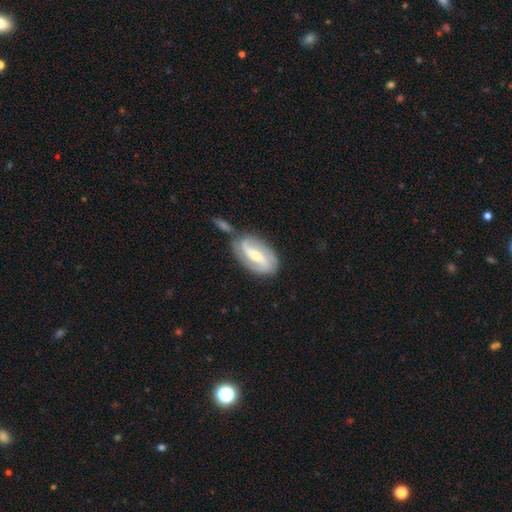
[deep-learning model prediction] smooth-or-featured: featured or disk: 78% | smooth: 16% | star or artifact: 5%
  disk-edge-on: no: 94% | yes: 6%
    bar: strong: 45% | weak: 36% | no: 19%
    has-spiral-arms: yes: 93% | no: 7%
      spiral-winding: medium: 41% | loose: 35% | tight: 23%
      spiral-arm-count: 2: 86% | can't tell: 6% | 3: 3% | 1: 2% | 4: 1% | more than 4: 1%
    bulge-size: moderate: 48% | small: 46% | large: 3% | none: 2% | dominant: 1%
  merging: none: 62% | minor disturbance: 17% | merger: 15% | major disturbance: 6%